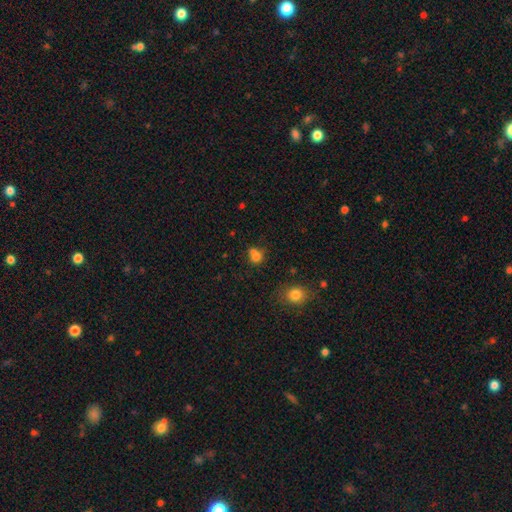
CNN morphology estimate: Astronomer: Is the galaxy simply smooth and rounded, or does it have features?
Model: smooth — 75%.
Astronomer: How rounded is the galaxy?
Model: round — 64%.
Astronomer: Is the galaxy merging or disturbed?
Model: none — 41% (runner-up: merger, 36%).